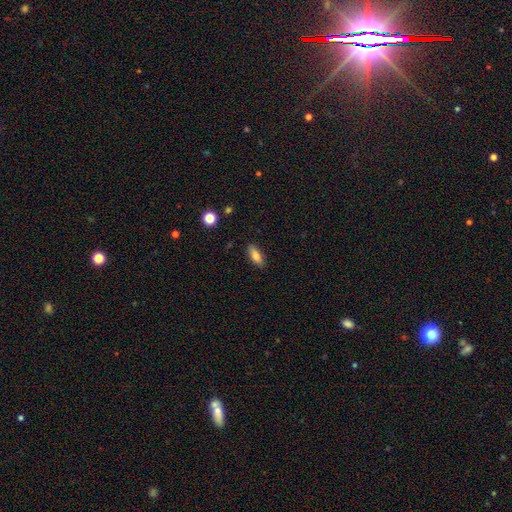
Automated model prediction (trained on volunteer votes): Smooth or featured? Predicted: smooth (p=0.81). How rounded? Predicted: in between (p=0.75). Merging? Predicted: none (p=0.87).